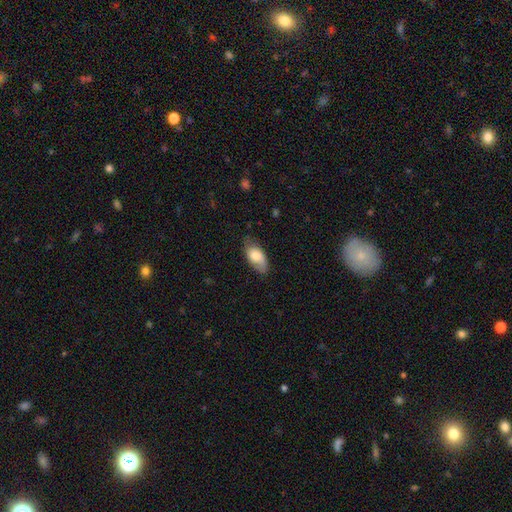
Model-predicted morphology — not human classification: Smooth or featured? smooth (72%)
How rounded? in between (92%)
Merging? none (67%)